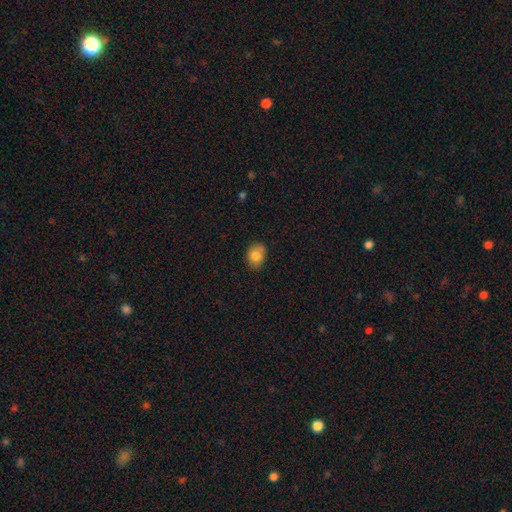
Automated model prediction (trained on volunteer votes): Overall: smooth (81%). How rounded: in between (55%; round 44%). Merging: none (72%).